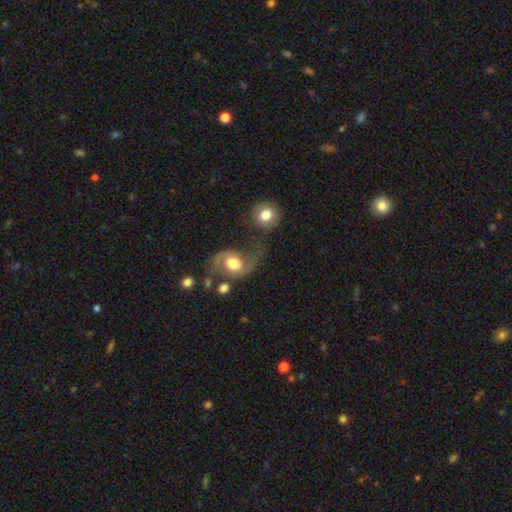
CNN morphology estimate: Q: Smooth or featured?
A: featured or disk (65%); runner-up: smooth (20%)
Q: Edge-on disk?
A: no (95%); runner-up: yes (5%)
Q: Bar?
A: no (64%); runner-up: weak (26%)
Q: Spiral arms?
A: yes (77%); runner-up: no (23%)
Q: Bulge size?
A: moderate (56%); runner-up: large (24%)
Q: Merging?
A: none (44%); runner-up: merger (31%)